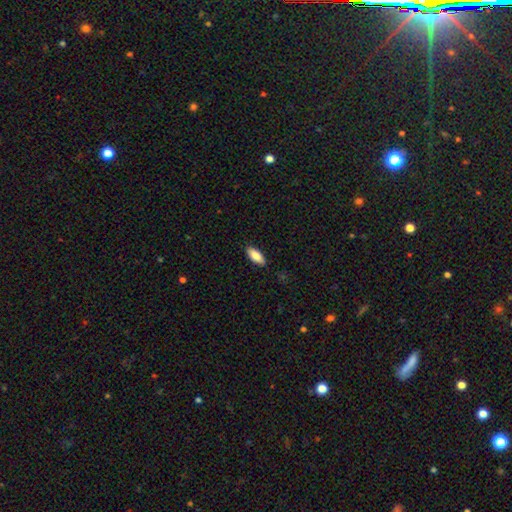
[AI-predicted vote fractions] Smooth or featured?
  - smooth: 85% *
  - featured or disk: 9%
  - star or artifact: 6%
How rounded?
  - in between: 80% *
  - cigar-shaped: 18%
  - round: 2%
Merging?
  - none: 88% *
  - minor disturbance: 9%
  - major disturbance: 2%
  - merger: 1%